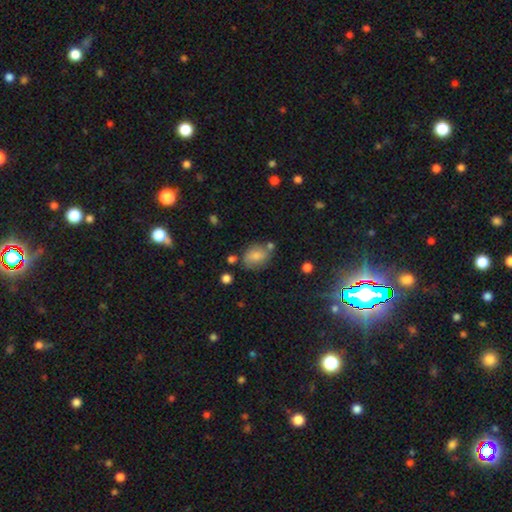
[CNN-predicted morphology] A smooth galaxy with no disk features (78%) that is in between round and cigar-shaped (66%). Merging: none (64%).